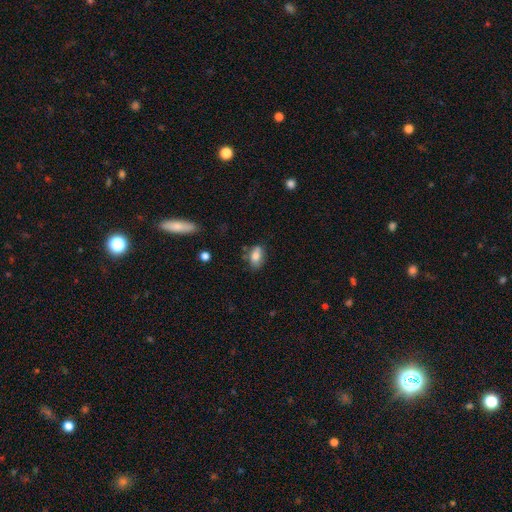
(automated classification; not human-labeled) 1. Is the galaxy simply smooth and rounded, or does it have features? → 79% smooth, 12% featured or disk, 9% star or artifact.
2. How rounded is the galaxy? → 87% in between, 10% round, 3% cigar-shaped.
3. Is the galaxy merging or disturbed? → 61% none, 26% minor disturbance, 7% major disturbance, 6% merger.